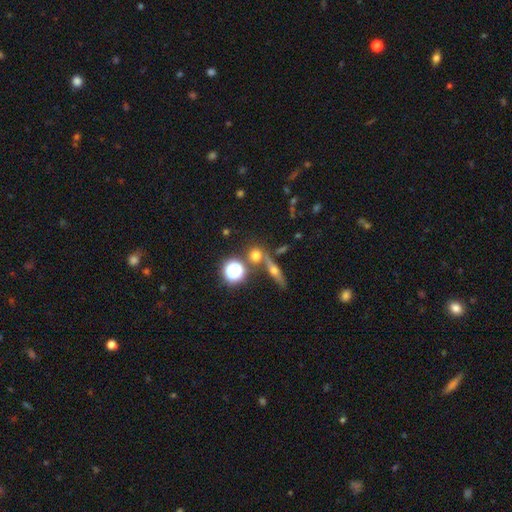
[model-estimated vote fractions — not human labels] A smooth galaxy with no disk features (54%) that is round (79%).

Vote fractions:
- Smooth or featured? smooth: 54% / featured or disk: 24% / star or artifact: 22%
- How rounded? round: 79% / in between: 14% / cigar-shaped: 8%
- Merging? none: 70% / merger: 19% / minor disturbance: 8% / major disturbance: 4%